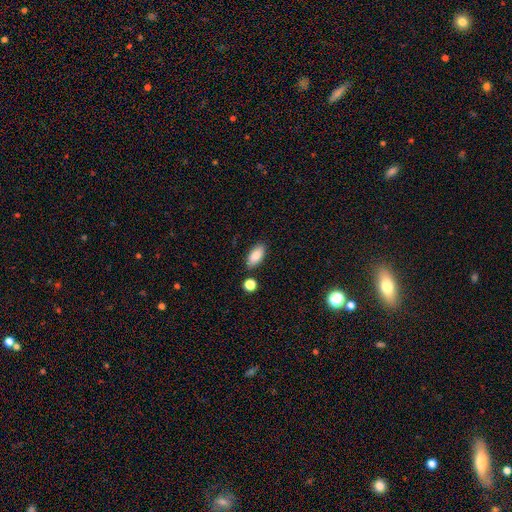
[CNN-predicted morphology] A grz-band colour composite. It shows a smooth galaxy with no disk features (86%) that is in between round and cigar-shaped (88%). Merging: none (83%).